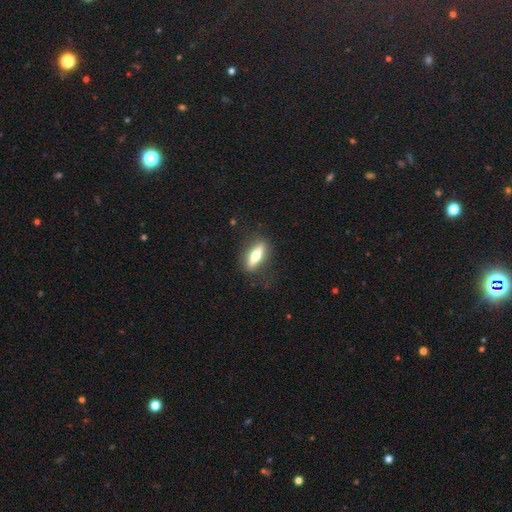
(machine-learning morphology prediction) This appears to be a featured or disk galaxy (50%) viewed edge-on (85%). Merging: none (82%).